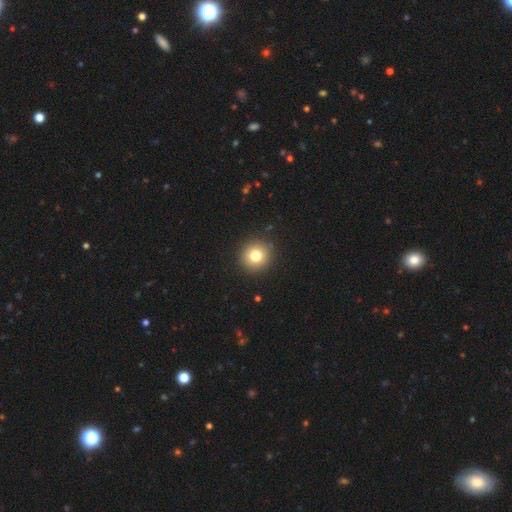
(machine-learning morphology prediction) Q: Smooth or featured?
A: smooth (79%); runner-up: star or artifact (12%)
Q: How rounded?
A: round (94%); runner-up: in between (5%)
Q: Merging?
A: none (92%); runner-up: minor disturbance (5%)